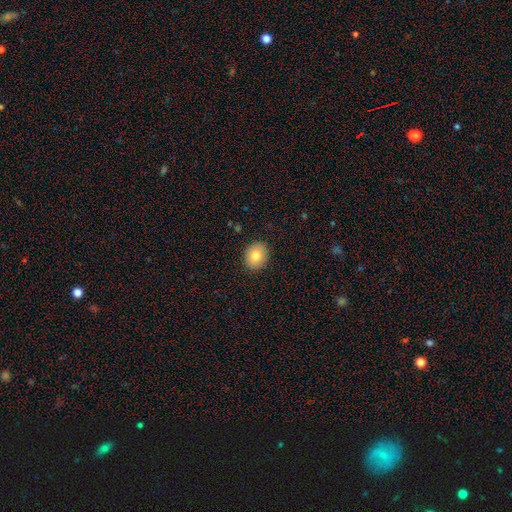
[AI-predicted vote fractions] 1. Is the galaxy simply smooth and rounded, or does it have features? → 80% smooth, 11% featured or disk, 9% star or artifact.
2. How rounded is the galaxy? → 63% round, 36% in between, 1% cigar-shaped.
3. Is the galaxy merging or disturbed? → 90% none, 7% minor disturbance, 2% major disturbance, 1% merger.